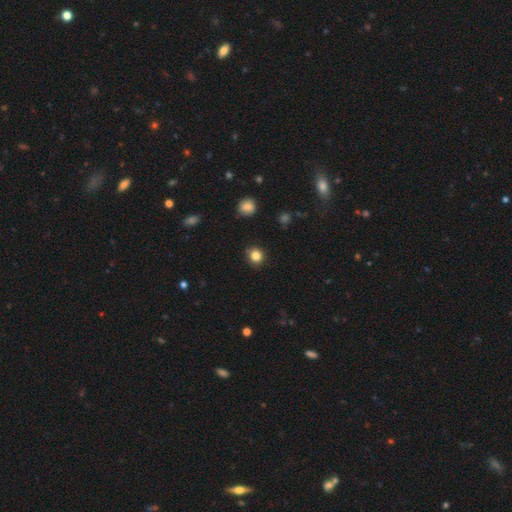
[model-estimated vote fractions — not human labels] Morphology: type=smooth (83%); roundness=round (88%); merging=none (88%).